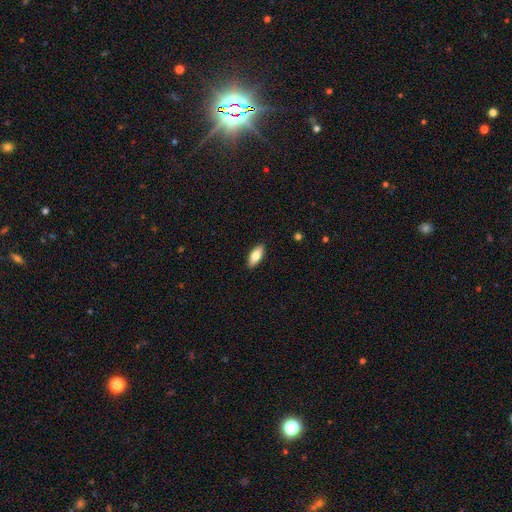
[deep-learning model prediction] smooth-or-featured: smooth: 77% | featured or disk: 16% | star or artifact: 6%
  how-rounded: in between: 81% | cigar-shaped: 17% | round: 2%
  merging: none: 89% | minor disturbance: 8% | major disturbance: 2% | merger: 1%